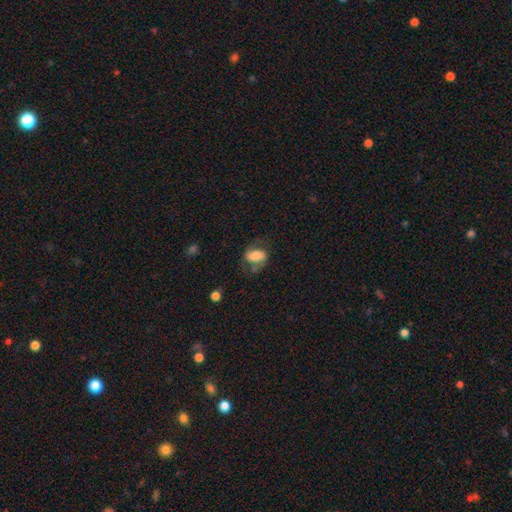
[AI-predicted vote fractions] This appears to be a smooth galaxy with no disk features (53%) that is in between round and cigar-shaped (81%). Merging: none (50%).